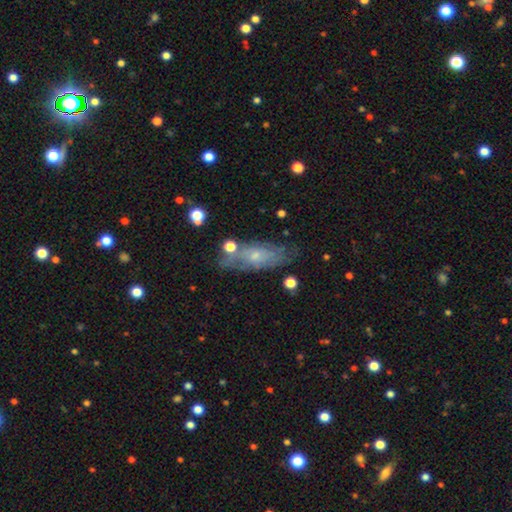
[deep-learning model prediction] Q: Smooth or featured?
A: featured or disk (48%); runner-up: smooth (43%)
Q: Merging?
A: none (61%); runner-up: minor disturbance (23%)